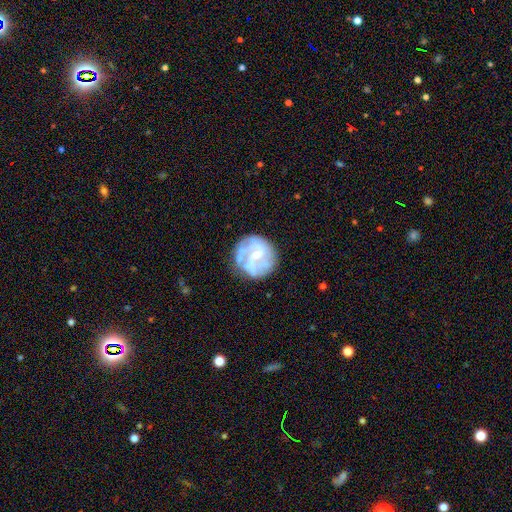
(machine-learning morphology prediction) Smooth or featured: featured or disk — 79% (smooth — 15%)
Edge-on disk: no — 98% (yes — 2%)
Bar: weak — 47% (no — 39%)
Spiral arms: yes — 85% (no — 15%)
Spiral winding: medium — 43% (tight — 37%)
Spiral arm count: 2 — 29% (can't tell — 27%)
Bulge size: small — 59% (moderate — 26%)
Merging: none — 67% (minor disturbance — 18%)